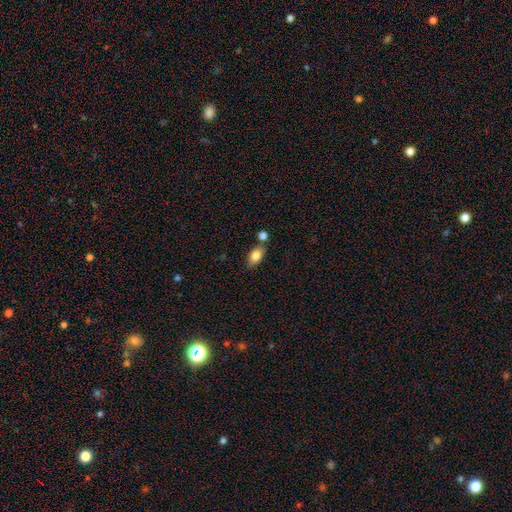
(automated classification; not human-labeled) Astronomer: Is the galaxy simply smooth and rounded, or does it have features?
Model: smooth — 82%.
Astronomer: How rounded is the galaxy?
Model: in between — 88%.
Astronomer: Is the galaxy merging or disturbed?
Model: none — 69%.